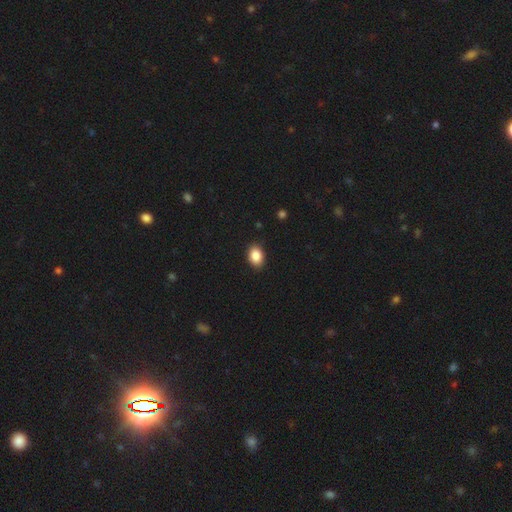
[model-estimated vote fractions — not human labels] Morphology: type=smooth (87%); roundness=in between (75%); merging=none (89%).